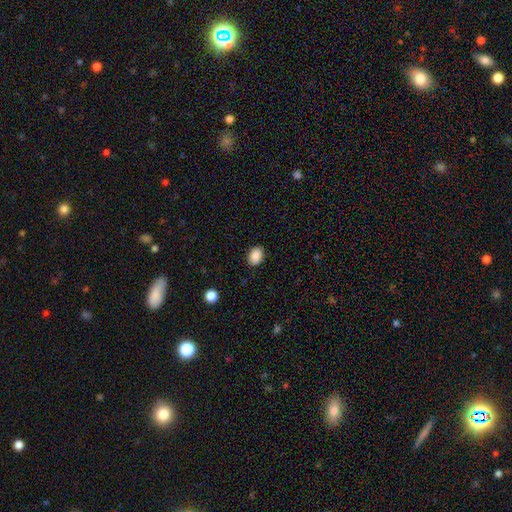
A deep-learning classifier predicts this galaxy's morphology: This appears to be a smooth galaxy with no disk features (88%) that is in between round and cigar-shaped (67%). Merging: none (87%).